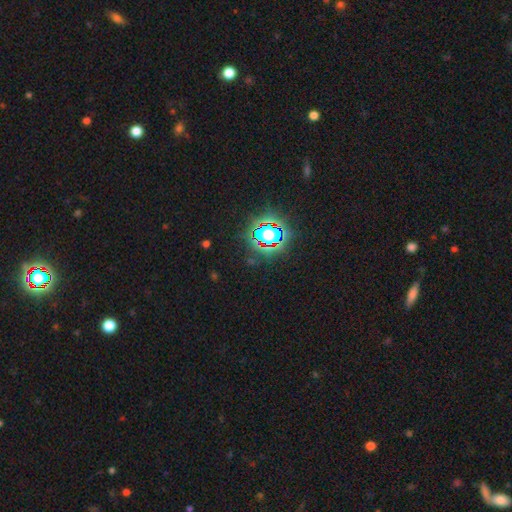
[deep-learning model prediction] smooth_or_featured: star or artifact (p=0.82) [alt: smooth p=0.11]